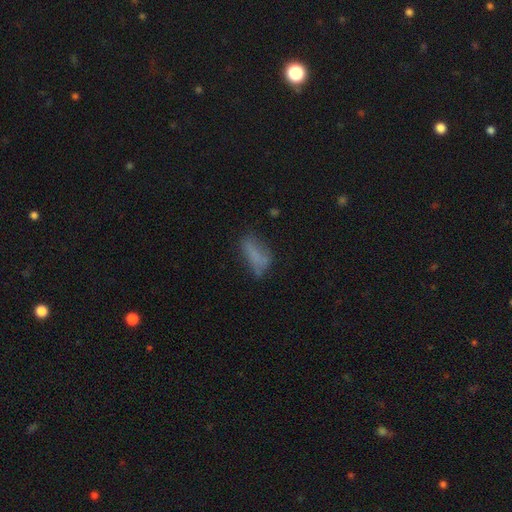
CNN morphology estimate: This appears to be a smooth galaxy with no disk features (65%) that is in between round and cigar-shaped (74%). Merging: none (45%).